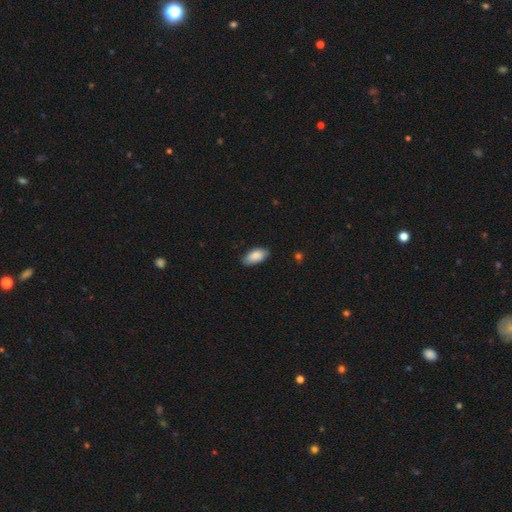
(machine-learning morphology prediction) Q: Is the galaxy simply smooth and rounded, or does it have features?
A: smooth — 87%.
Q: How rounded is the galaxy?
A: in between — 93%.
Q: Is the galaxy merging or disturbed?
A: none — 83%.